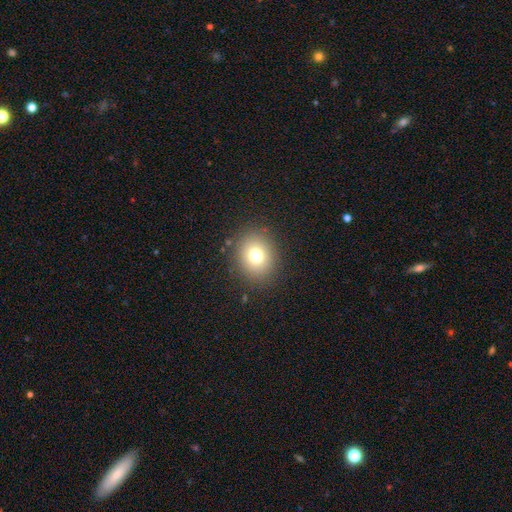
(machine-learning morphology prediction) smooth-or-featured: smooth: 74% | star or artifact: 14% | featured or disk: 12%
  how-rounded: round: 70% | in between: 29% | cigar-shaped: 1%
  merging: none: 87% | minor disturbance: 8% | major disturbance: 4% | merger: 1%